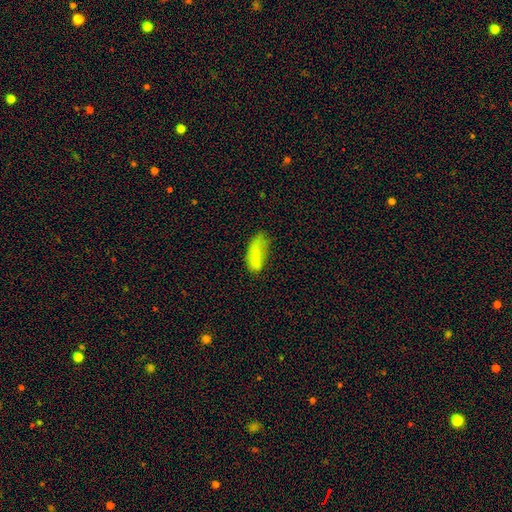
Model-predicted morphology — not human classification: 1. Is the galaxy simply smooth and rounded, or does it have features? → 79% smooth, 12% featured or disk, 10% star or artifact.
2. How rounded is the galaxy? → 71% in between, 26% cigar-shaped, 2% round.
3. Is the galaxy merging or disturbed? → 41% none, 33% minor disturbance, 22% major disturbance, 4% merger.